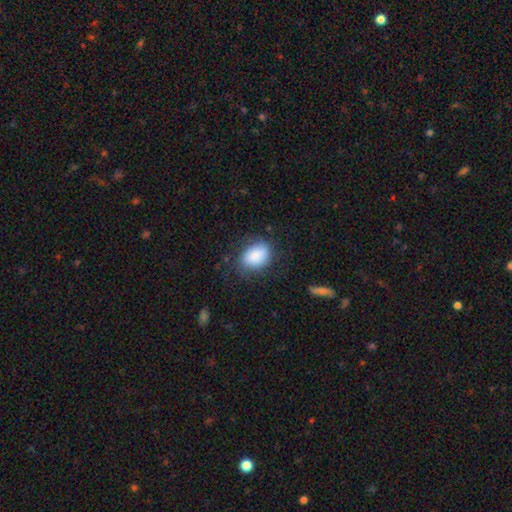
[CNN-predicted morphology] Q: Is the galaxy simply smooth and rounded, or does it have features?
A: smooth — 85%.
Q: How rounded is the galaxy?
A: in between — 76%.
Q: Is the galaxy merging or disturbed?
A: none — 69%.